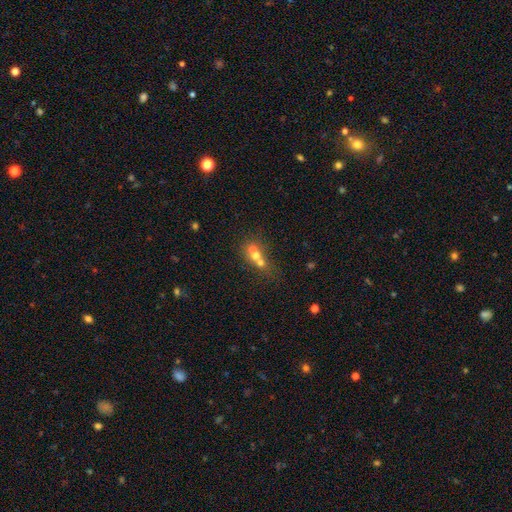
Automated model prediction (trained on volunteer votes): Smooth or featured? Predicted: smooth (p=0.54). How rounded? Predicted: round (p=0.73). Merging? Predicted: merger (p=0.62).